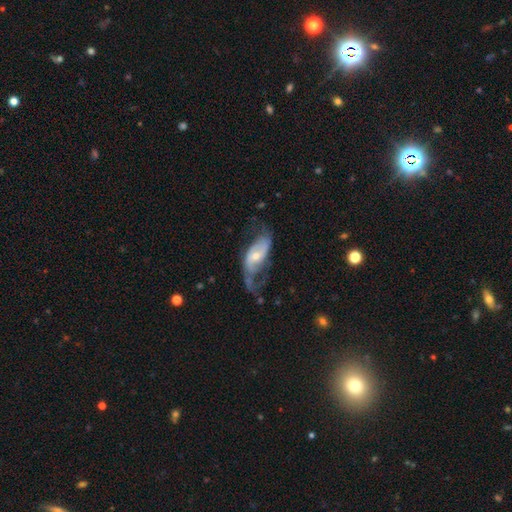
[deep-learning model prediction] A featured or disk galaxy (77%) with no bar (47%), 2 (81%) loose (54%) spiral arms (86%) and a moderate central bulge (51%).

Vote fractions:
- Smooth or featured? featured or disk: 77% / smooth: 17% / star or artifact: 6%
- Edge-on disk? no: 93% / yes: 7%
- Bar? no: 47% / weak: 37% / strong: 17%
- Spiral arms? yes: 86% / no: 14%
- Spiral winding? loose: 54% / medium: 33% / tight: 13%
- Spiral arm count? 2: 81% / can't tell: 9% / 1: 7% / 3: 2% / 4: 1% / more than 4: 1%
- Bulge size? moderate: 51% / small: 43% / large: 3% / none: 1% / dominant: 1%
- Merging? none: 44% / major disturbance: 29% / minor disturbance: 24% / merger: 3%